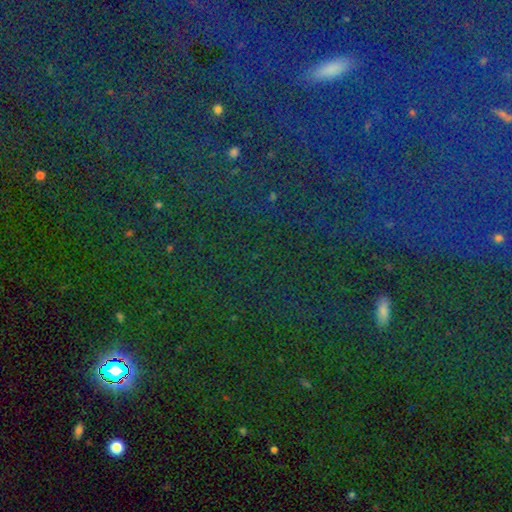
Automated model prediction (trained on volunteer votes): This is likely a star or artifact rather than a galaxy (78%).